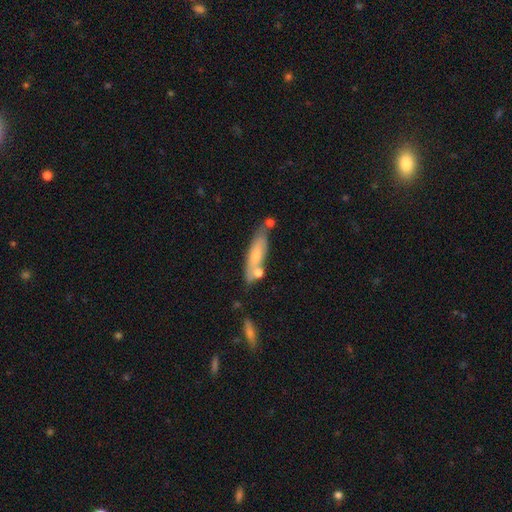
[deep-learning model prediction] A smooth galaxy with no disk features (58%) that is cigar-shaped (70%). Merging: none (62%).